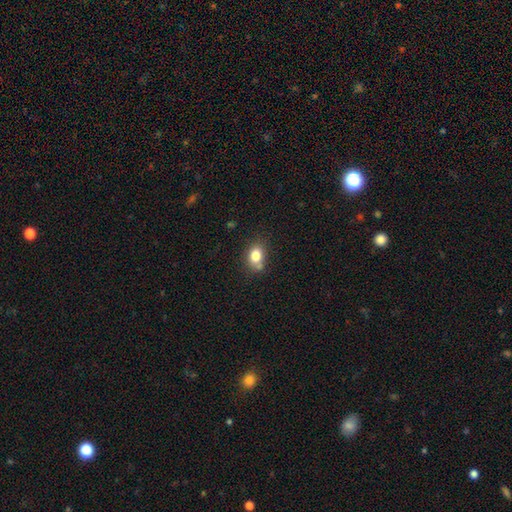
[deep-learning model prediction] smooth 80%, star or artifact 11%, featured or disk 10%. Down the decision tree: how rounded — in between (62%); merging — none (64%).